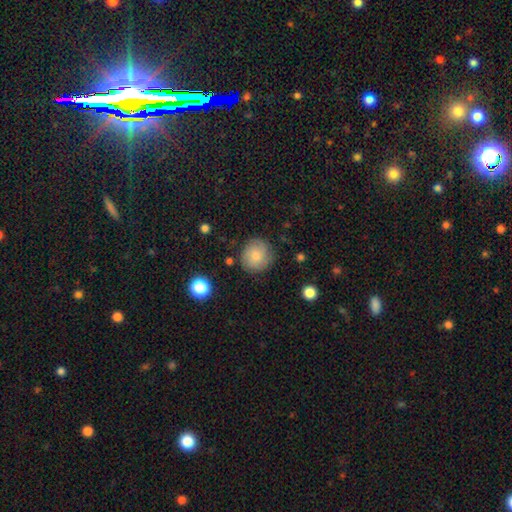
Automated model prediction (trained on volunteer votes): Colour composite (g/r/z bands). It shows a smooth galaxy with no disk features (79%) that is round (90%). Merging: none (81%).